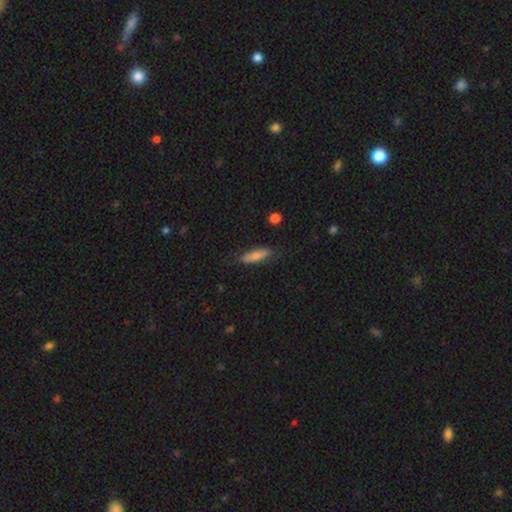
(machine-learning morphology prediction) This appears to be a smooth galaxy with no disk features (67%) that is cigar-shaped (67%). Merging: none (78%).